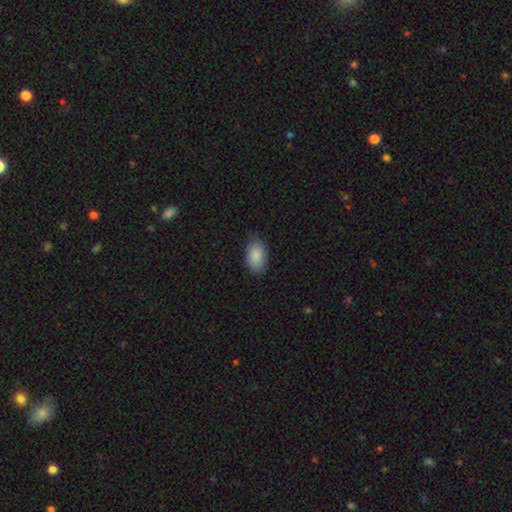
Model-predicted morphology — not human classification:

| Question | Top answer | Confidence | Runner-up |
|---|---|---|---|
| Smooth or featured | smooth | 88% | star or artifact (6%) |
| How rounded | in between | 93% | round (6%) |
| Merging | none | 82% | minor disturbance (14%) |